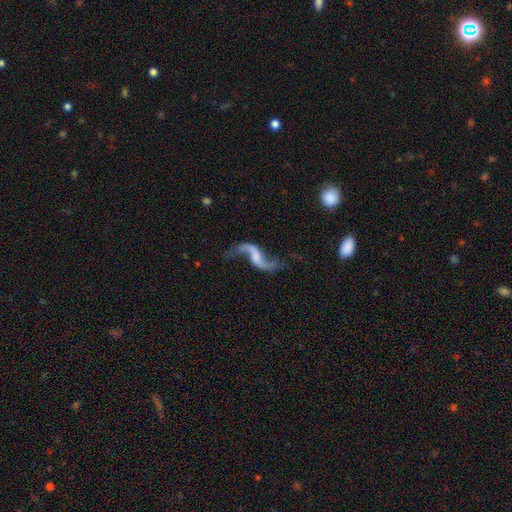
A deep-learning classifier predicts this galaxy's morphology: A featured or disk galaxy (89%) with no bar (43%), 2 (94%) loose (94%) spiral arms (96%) and no central bulge (38%). Merging: none (69%).